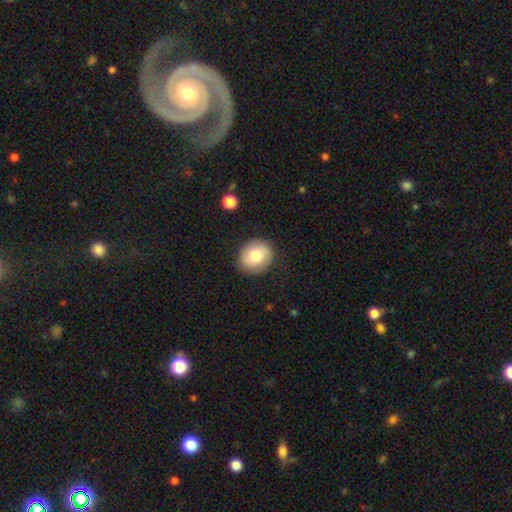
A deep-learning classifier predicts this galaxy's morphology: Smooth or featured: smooth — 77% (featured or disk — 15%)
How rounded: round — 82% (in between — 17%)
Merging: none — 88% (minor disturbance — 9%)